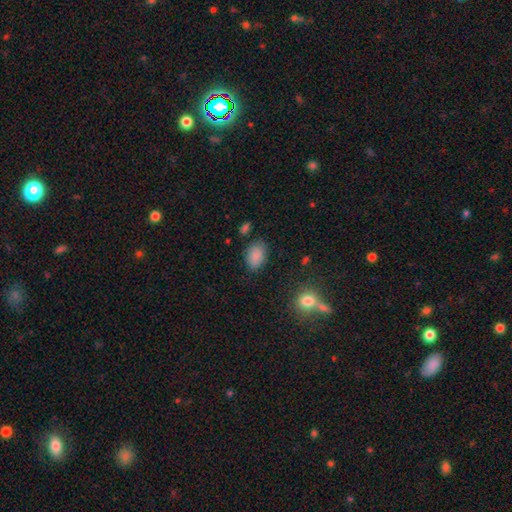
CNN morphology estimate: This is clearly a smooth galaxy (87%). How rounded: clearly in between (84%). Merging: likely none (79%).